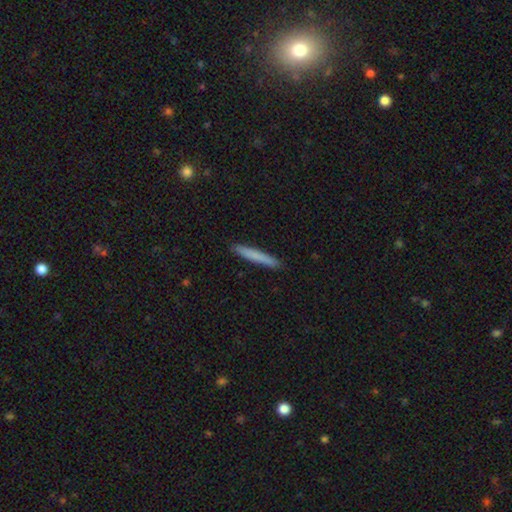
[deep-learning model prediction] Morphology: type=smooth (77%); roundness=cigar-shaped (96%); merging=none (91%).